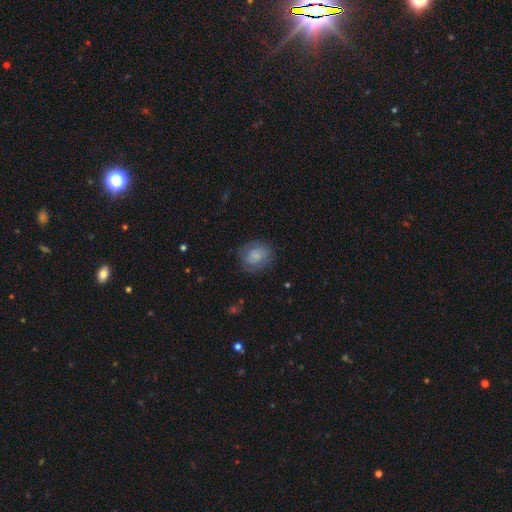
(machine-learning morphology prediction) Smooth or featured: smooth — 74% (featured or disk — 18%)
How rounded: round — 64% (in between — 35%)
Merging: none — 72% (minor disturbance — 18%)